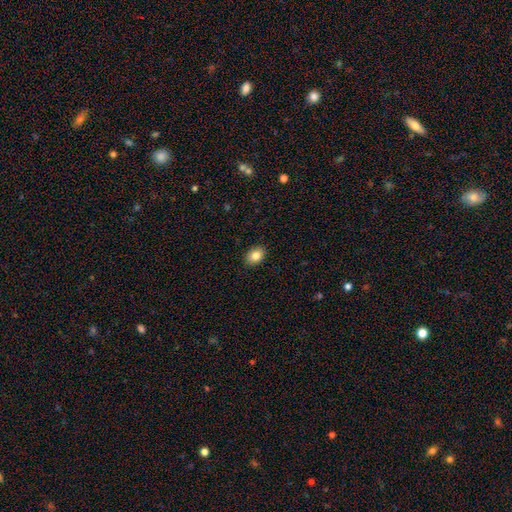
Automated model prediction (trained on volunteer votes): smooth_or_featured: smooth (p=0.84) [alt: star or artifact p=0.09]
how_rounded: in between (p=0.72) [alt: round p=0.27]
merging: none (p=0.89) [alt: minor disturbance p=0.08]